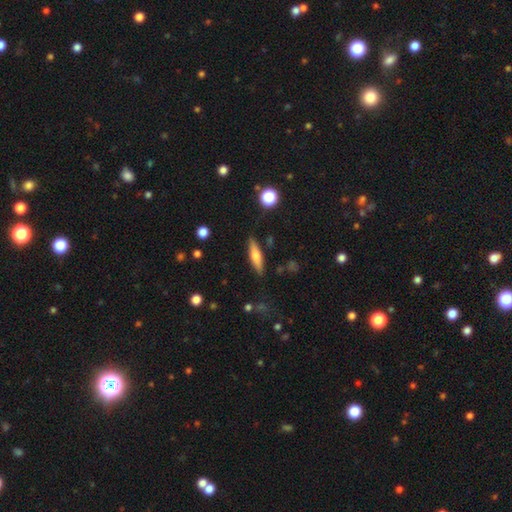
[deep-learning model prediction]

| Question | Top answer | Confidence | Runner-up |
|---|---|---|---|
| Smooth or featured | smooth | 57% | featured or disk (36%) |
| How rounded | cigar-shaped | 70% | in between (27%) |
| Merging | none | 84% | minor disturbance (11%) |